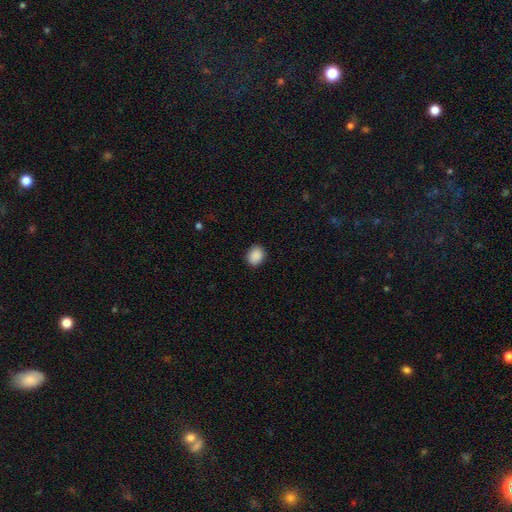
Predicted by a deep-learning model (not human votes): Q: Smooth or featured?
A: smooth (89%); runner-up: star or artifact (8%)
Q: How rounded?
A: round (61%); runner-up: in between (39%)
Q: Merging?
A: none (88%); runner-up: minor disturbance (8%)